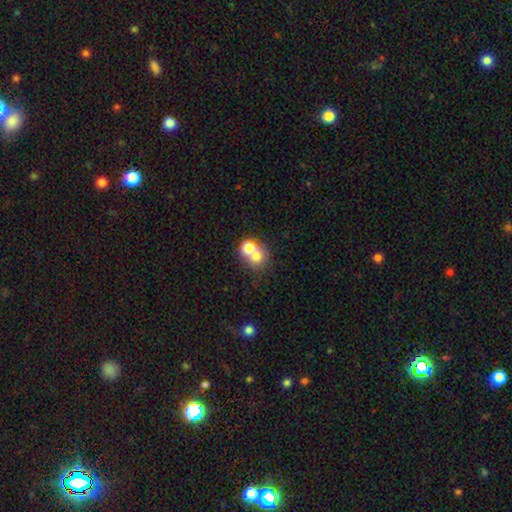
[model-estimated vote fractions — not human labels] smooth_or_featured: smooth (p=0.69) [alt: featured or disk p=0.21]
how_rounded: round (p=0.73) [alt: in between p=0.26]
merging: merger (p=0.66) [alt: none p=0.26]